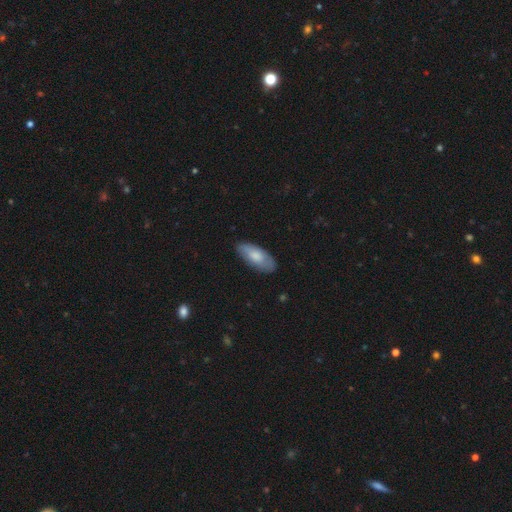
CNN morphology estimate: A smooth galaxy with no disk features (73%) that is in between round and cigar-shaped (85%). Merging: none (81%).